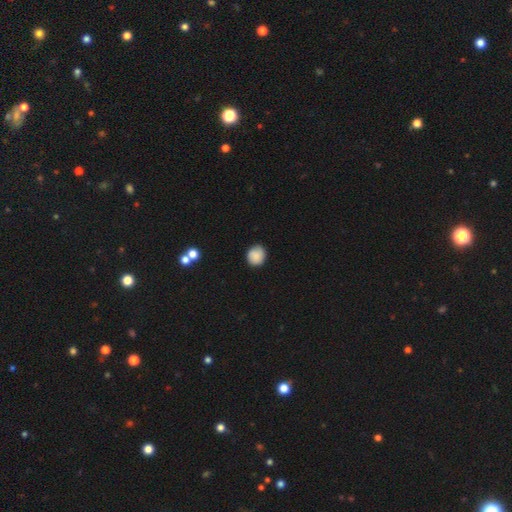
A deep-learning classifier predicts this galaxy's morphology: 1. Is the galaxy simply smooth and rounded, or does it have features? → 87% smooth, 8% star or artifact, 6% featured or disk.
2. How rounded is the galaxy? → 78% round, 21% in between, 1% cigar-shaped.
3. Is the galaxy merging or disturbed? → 84% none, 12% minor disturbance, 2% major disturbance, 2% merger.